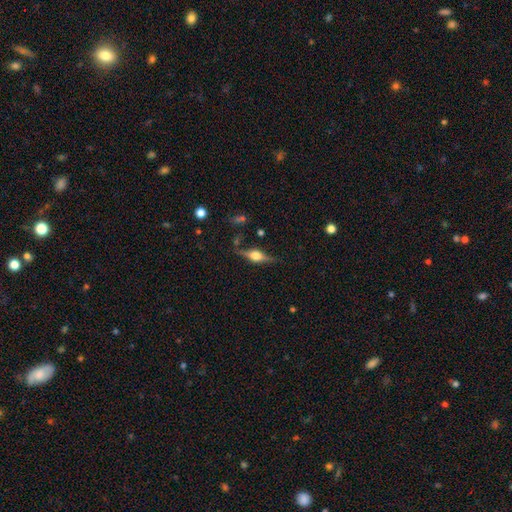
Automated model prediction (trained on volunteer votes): A featured or disk galaxy (74%) viewed edge-on (96%) with a rounded central bulge (92%). Merging: none (81%).